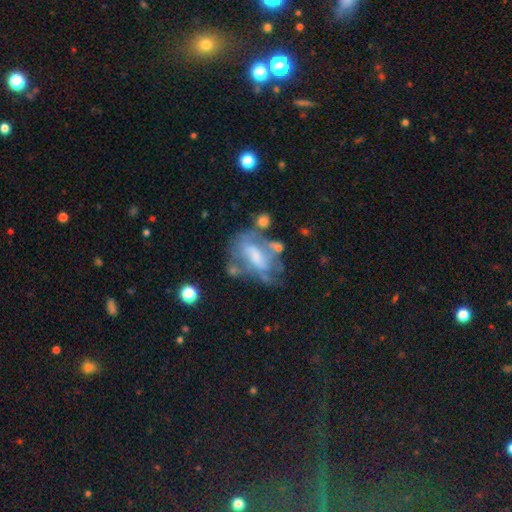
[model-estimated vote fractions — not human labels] A featured or disk galaxy (63%) with no bar (41%), no spiral arms (60%) and a moderate central bulge (35%). Merging: none (37%).